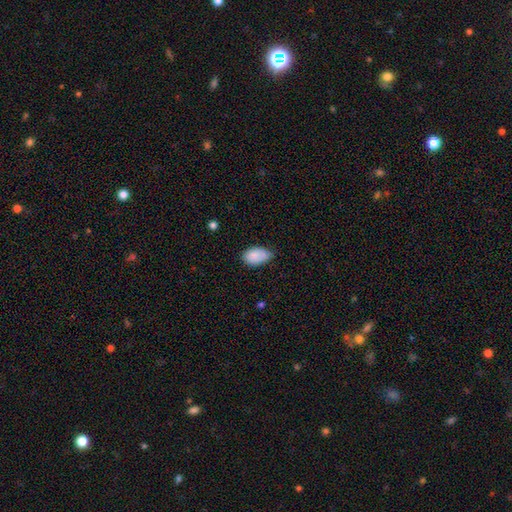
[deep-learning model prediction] Q: Smooth or featured?
A: smooth (87%); runner-up: star or artifact (7%)
Q: How rounded?
A: in between (93%); runner-up: round (5%)
Q: Merging?
A: none (59%); runner-up: minor disturbance (35%)